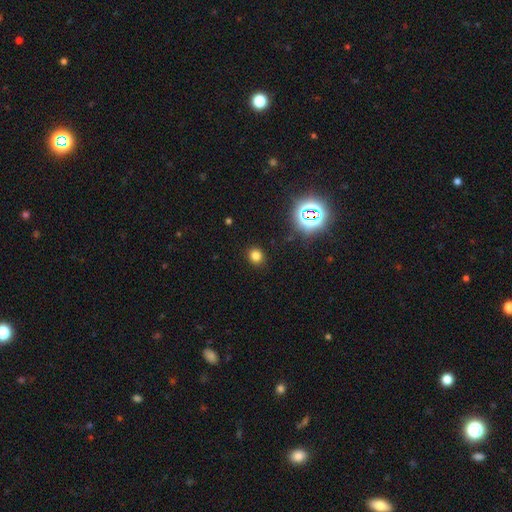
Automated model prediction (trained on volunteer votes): A smooth galaxy with no disk features (75%) that is round (80%). Merging: none (89%).